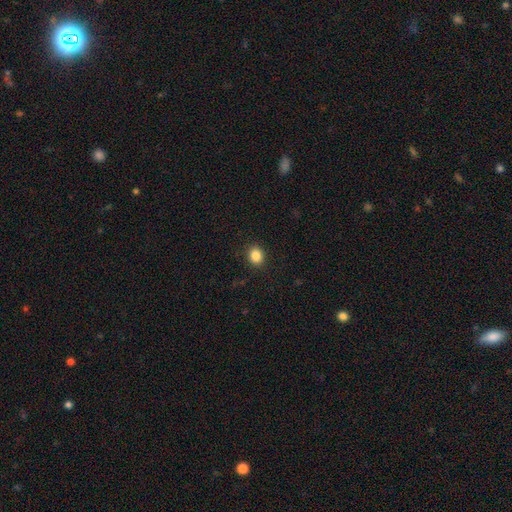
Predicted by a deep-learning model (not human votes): Morphology: type=smooth (86%); roundness=round (63%); merging=none (90%).